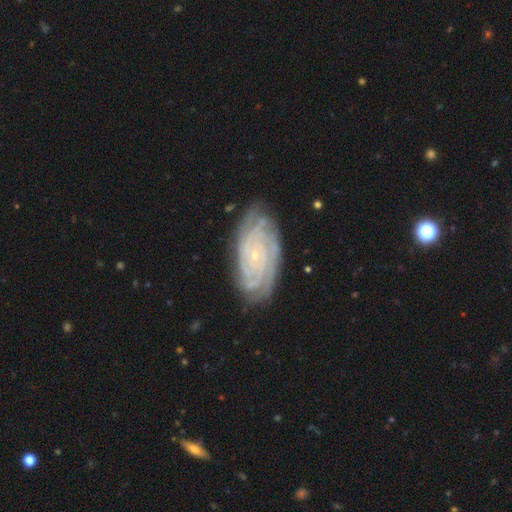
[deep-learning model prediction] featured or disk 87%, smooth 7%, star or artifact 6%. Down the decision tree: edge-on disk — no (95%); bar — no (79%); spiral arms — yes (98%); spiral arm count — can't tell (26%); spiral winding — tight (84%); bulge size — small (87%); merging — none (79%).